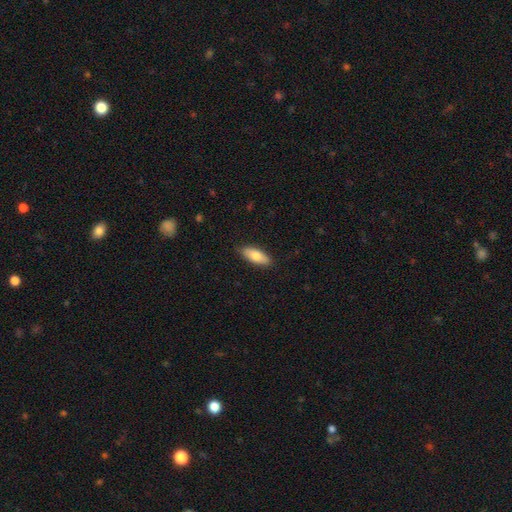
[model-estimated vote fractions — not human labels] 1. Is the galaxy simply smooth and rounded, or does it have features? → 79% smooth, 16% featured or disk, 6% star or artifact.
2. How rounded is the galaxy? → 76% in between, 22% cigar-shaped, 2% round.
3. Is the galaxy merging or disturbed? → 88% none, 10% minor disturbance, 2% major disturbance, 1% merger.